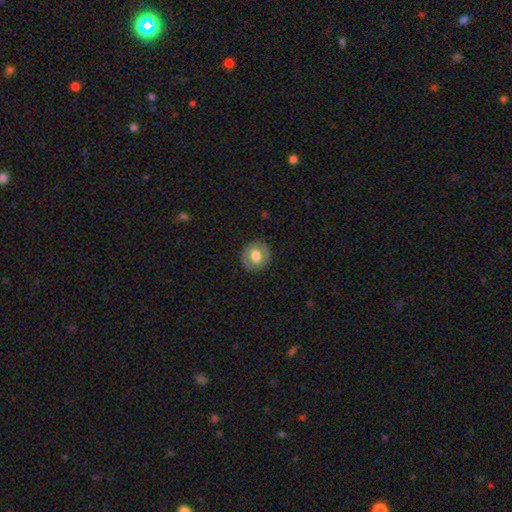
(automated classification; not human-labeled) Smooth or featured: smooth — 55% (featured or disk — 38%)
How rounded: round — 84% (in between — 15%)
Merging: none — 86% (minor disturbance — 10%)